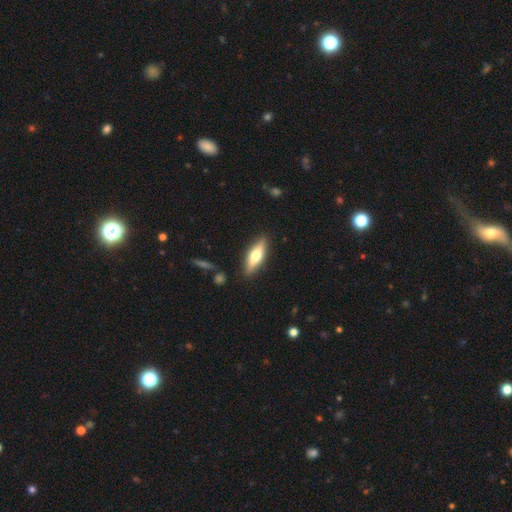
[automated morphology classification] Q: Smooth or featured?
A: smooth (49%); runner-up: featured or disk (45%)
Q: Merging?
A: none (87%); runner-up: minor disturbance (9%)